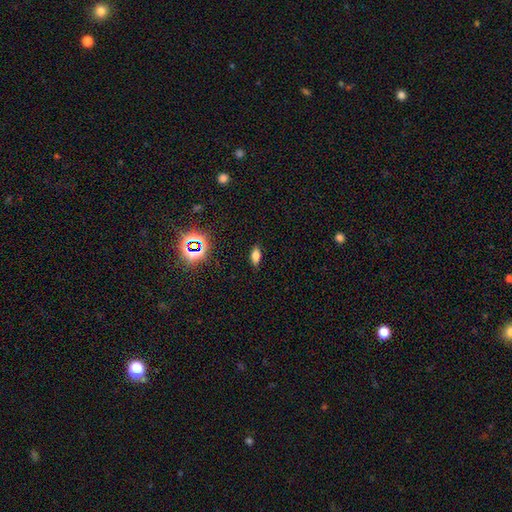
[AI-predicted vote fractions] Overall: smooth (72%). How rounded: in between (83%). Merging: none (86%).